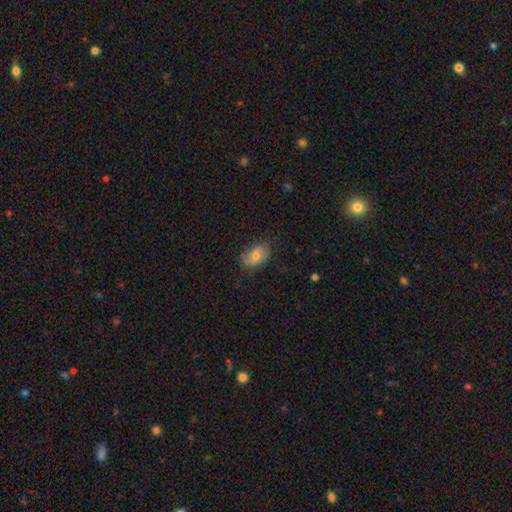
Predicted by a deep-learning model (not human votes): Q: Smooth or featured?
A: smooth (59%); runner-up: featured or disk (32%)
Q: How rounded?
A: in between (87%); runner-up: round (10%)
Q: Merging?
A: none (73%); runner-up: minor disturbance (21%)